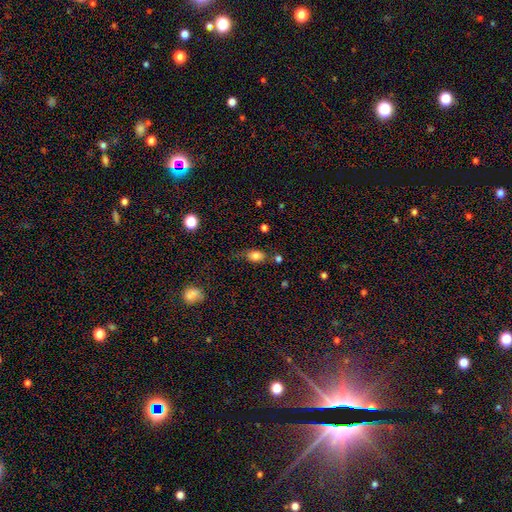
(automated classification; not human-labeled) Smooth or featured? Predicted: smooth (p=0.79). How rounded? Predicted: in between (p=0.83). Merging? Predicted: none (p=0.58).